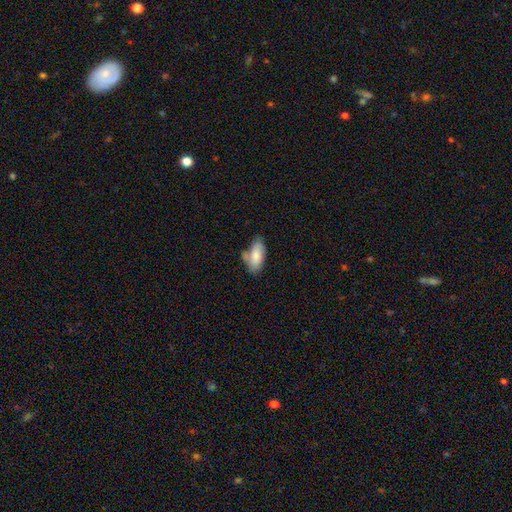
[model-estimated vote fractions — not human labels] This appears to be a smooth galaxy with no disk features (78%) that is in between round and cigar-shaped (91%). Merging: none (50%).